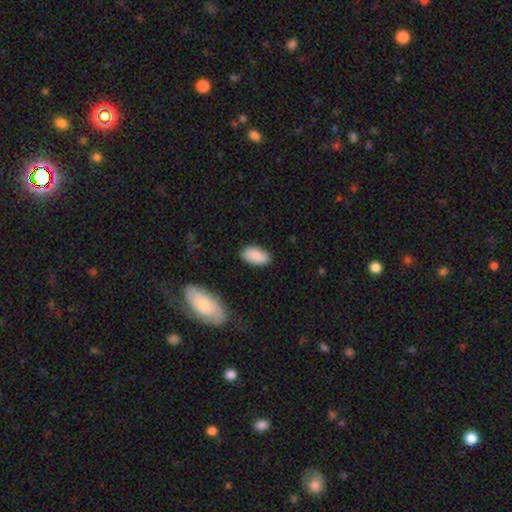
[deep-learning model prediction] smooth 89%, star or artifact 7%, featured or disk 5%. Down the decision tree: how rounded — in between (93%); merging — none (82%).